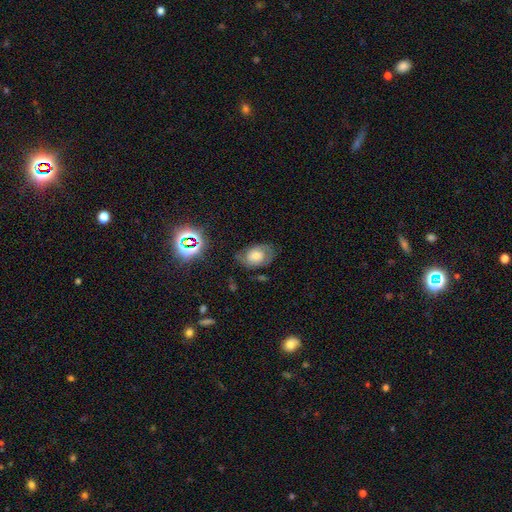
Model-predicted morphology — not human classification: smooth-or-featured: featured or disk: 46% | smooth: 40% | star or artifact: 14%
  merging: none: 64% | minor disturbance: 23% | major disturbance: 10% | merger: 2%